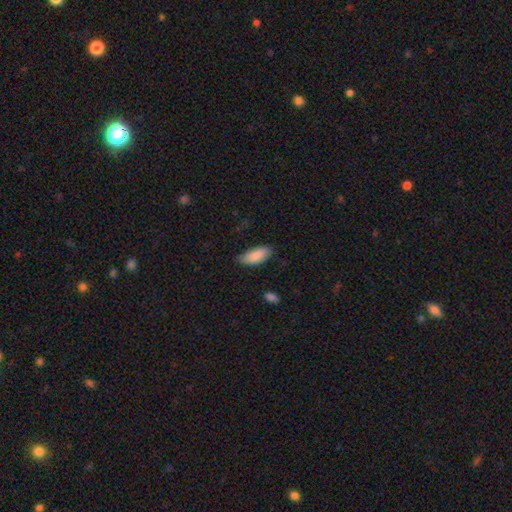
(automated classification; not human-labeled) smooth_or_featured: smooth (p=0.89) [alt: star or artifact p=0.06]
how_rounded: in between (p=0.88) [alt: cigar-shaped p=0.11]
merging: none (p=0.75) [alt: minor disturbance p=0.20]